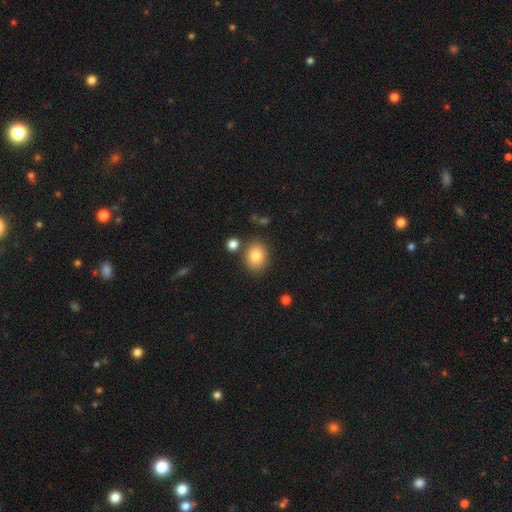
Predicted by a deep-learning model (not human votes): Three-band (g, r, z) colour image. It shows a smooth galaxy with no disk features (82%) that is round (58%). Merging: none (81%).